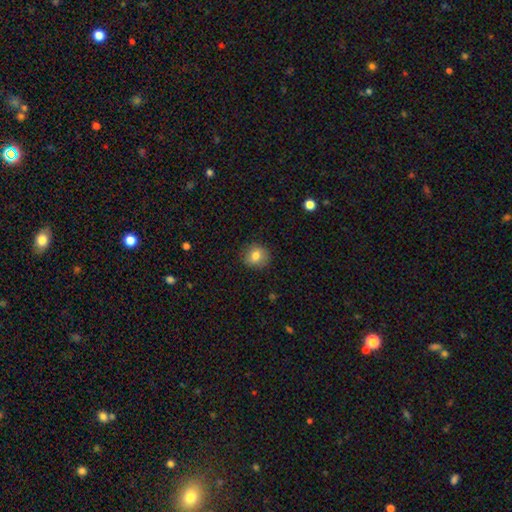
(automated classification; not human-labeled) Smooth or featured? Predicted: smooth (p=0.80). How rounded? Predicted: round (p=0.81). Merging? Predicted: none (p=0.85).